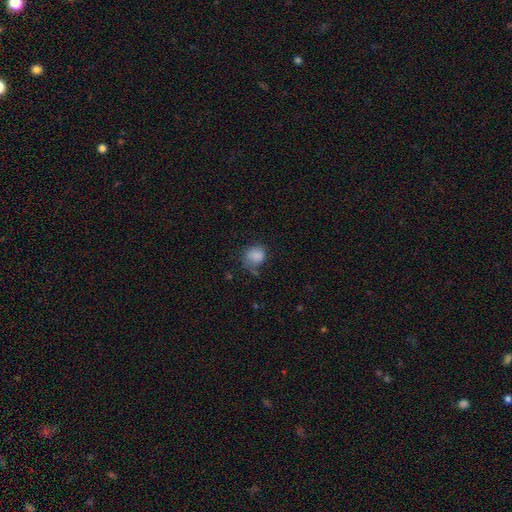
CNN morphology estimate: A smooth galaxy with no disk features (80%) that is round (59%). Merging: none (44%).